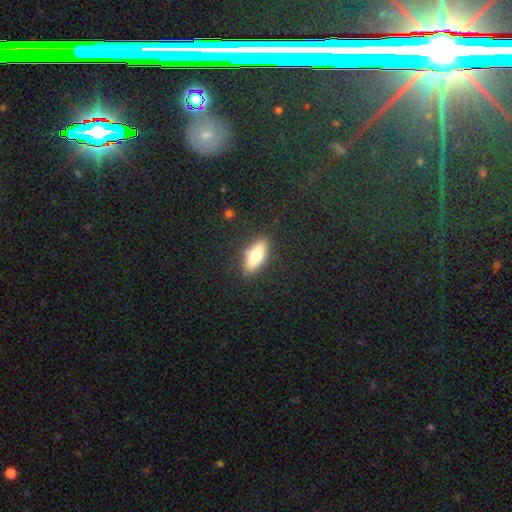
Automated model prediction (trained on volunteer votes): smooth-or-featured: smooth: 67% | featured or disk: 25% | star or artifact: 8%
  how-rounded: in between: 73% | cigar-shaped: 24% | round: 4%
  merging: none: 84% | minor disturbance: 11% | major disturbance: 3% | merger: 2%